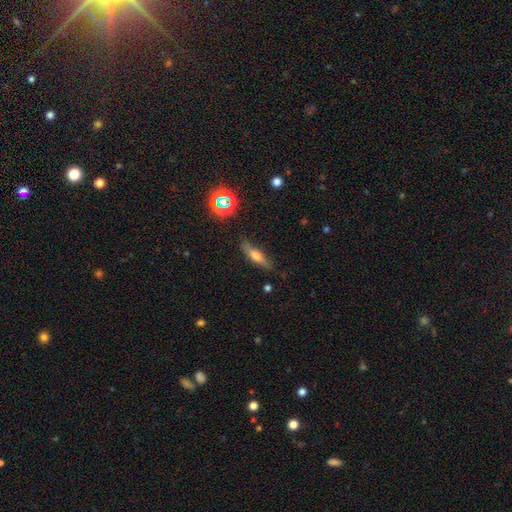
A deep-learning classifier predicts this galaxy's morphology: This appears to be a smooth galaxy with no disk features (51%) that is cigar-shaped (67%). Merging: none (79%).